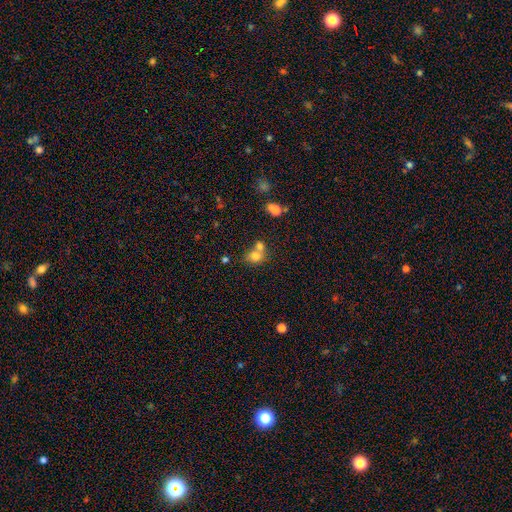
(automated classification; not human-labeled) Smooth or featured?
  - smooth: 76% *
  - star or artifact: 12%
  - featured or disk: 12%
How rounded?
  - round: 60% *
  - in between: 38%
  - cigar-shaped: 1%
Merging?
  - merger: 54% *
  - none: 33%
  - minor disturbance: 9%
  - major disturbance: 4%